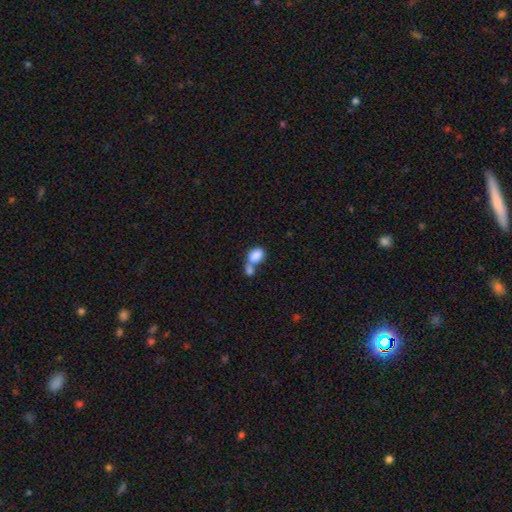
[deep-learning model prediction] smooth_or_featured: smooth (p=0.84) [alt: featured or disk p=0.08]
how_rounded: in between (p=0.68) [alt: round p=0.30]
merging: merger (p=0.63) [alt: none p=0.24]